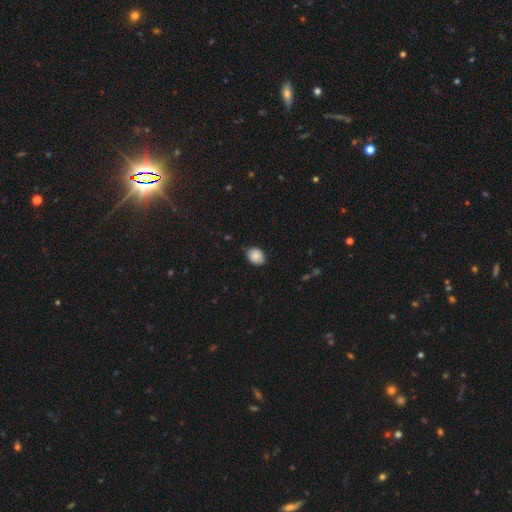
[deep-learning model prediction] This appears to be a smooth galaxy with no disk features (88%) that is in between round and cigar-shaped (60%). Merging: none (79%).